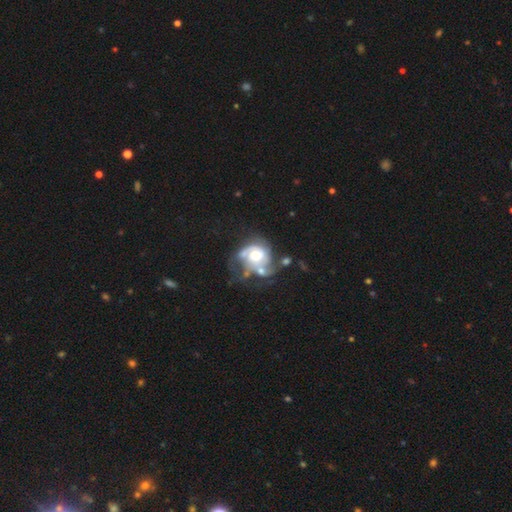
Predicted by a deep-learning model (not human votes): smooth-or-featured: featured or disk: 73% | smooth: 20% | star or artifact: 7%
  disk-edge-on: no: 98% | yes: 2%
    bar: no: 74% | weak: 21% | strong: 5%
    has-spiral-arms: yes: 82% | no: 18%
      spiral-winding: tight: 43% | medium: 38% | loose: 18%
      spiral-arm-count: 2: 44% | can't tell: 26% | 1: 12% | 3: 11% | 4: 3% | more than 4: 3%
    bulge-size: moderate: 45% | large: 37% | small: 10% | dominant: 4% | none: 4%
  merging: major disturbance: 30% (tied) | none: 30% (tied) | merger: 20% | minor disturbance: 20%